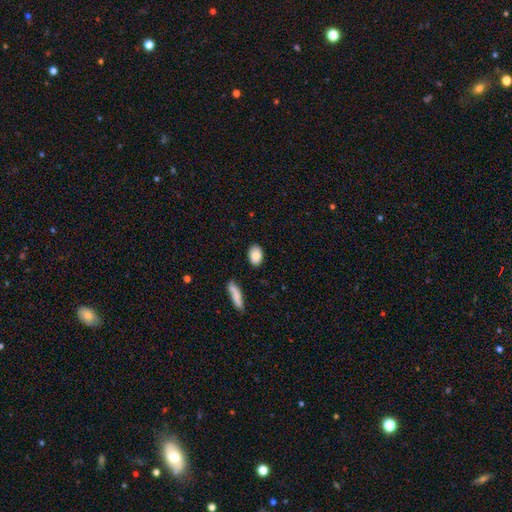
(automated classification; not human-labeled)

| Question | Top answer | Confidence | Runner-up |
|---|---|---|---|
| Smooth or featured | smooth | 85% | featured or disk (8%) |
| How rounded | in between | 85% | round (13%) |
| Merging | none | 85% | minor disturbance (10%) |